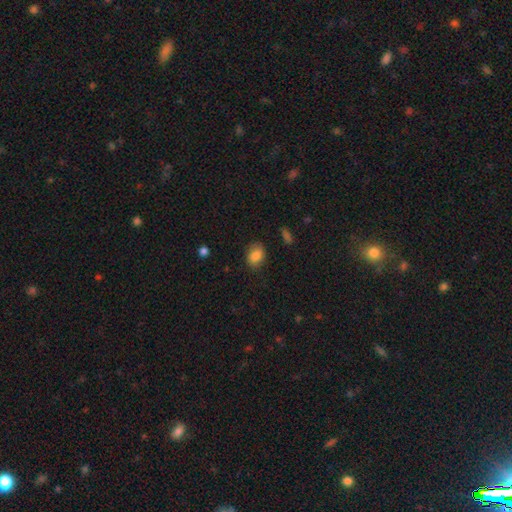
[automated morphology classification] Overall: smooth (84%). How rounded: in between (72%). Merging: none (80%).